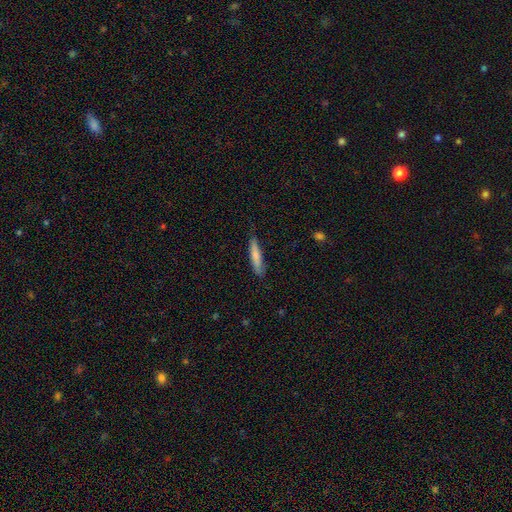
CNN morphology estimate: This is likely a smooth galaxy (72%). How rounded: clearly cigar-shaped (88%). Merging: likely none (79%).